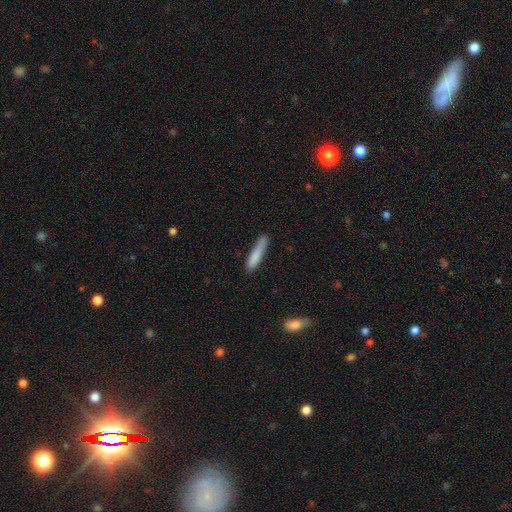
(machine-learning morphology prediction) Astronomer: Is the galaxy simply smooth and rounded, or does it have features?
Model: smooth — 82%.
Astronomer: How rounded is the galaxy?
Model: cigar-shaped — 90%.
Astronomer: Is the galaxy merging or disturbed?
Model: none — 75%.